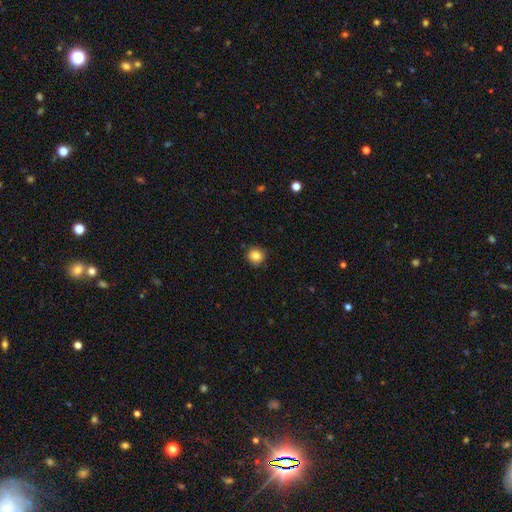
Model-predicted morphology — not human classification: A smooth galaxy with no disk features (84%) that is round (92%).

Vote fractions:
- Smooth or featured? smooth: 84% / star or artifact: 11% / featured or disk: 5%
- How rounded? round: 92% / in between: 7% / cigar-shaped: 1%
- Merging? none: 90% / minor disturbance: 7% / major disturbance: 2% / merger: 1%